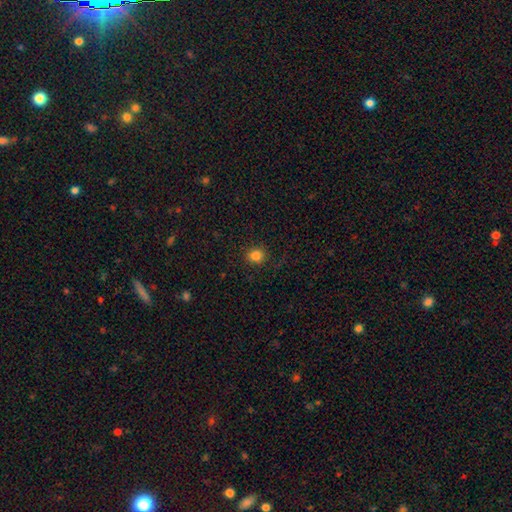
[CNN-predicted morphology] This appears to be a smooth galaxy with no disk features (84%) that is round (80%). Merging: none (89%).